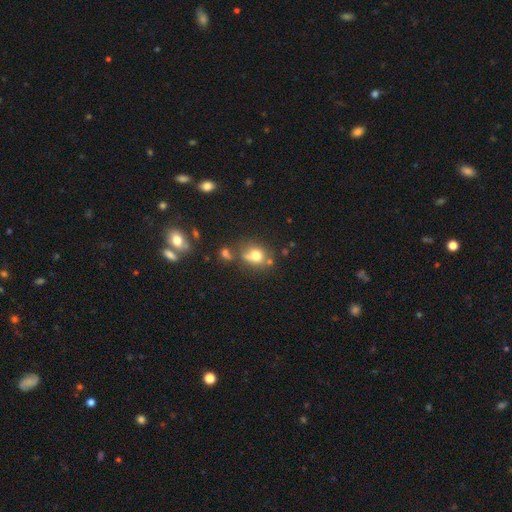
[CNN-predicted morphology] A smooth galaxy with no disk features (73%) that is round (63%).

Vote fractions:
- Smooth or featured? smooth: 73% / featured or disk: 14% / star or artifact: 14%
- How rounded? round: 63% / in between: 35% / cigar-shaped: 1%
- Merging? none: 53% / merger: 21% / minor disturbance: 18% / major disturbance: 8%